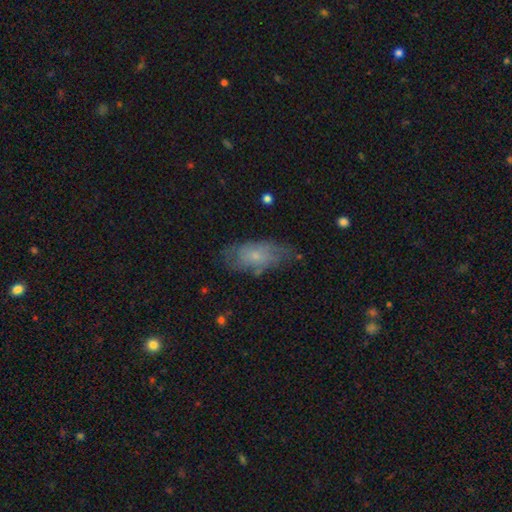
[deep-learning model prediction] Smooth or featured? smooth (53%)
How rounded? in between (88%)
Merging? none (58%)